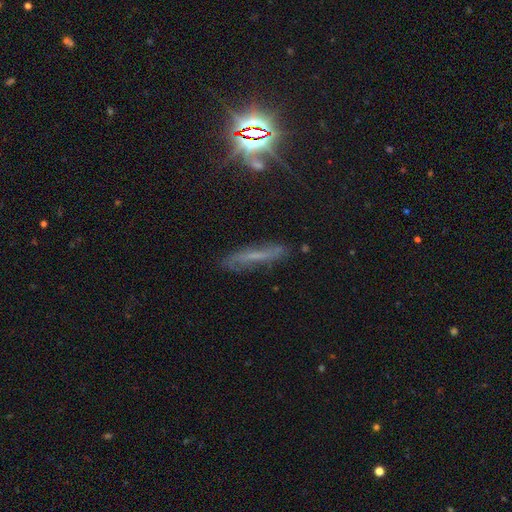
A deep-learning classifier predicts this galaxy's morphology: smooth-or-featured: featured or disk: 46% | smooth: 30% | star or artifact: 24%
  merging: none: 71% | minor disturbance: 20% | major disturbance: 7% | merger: 3%